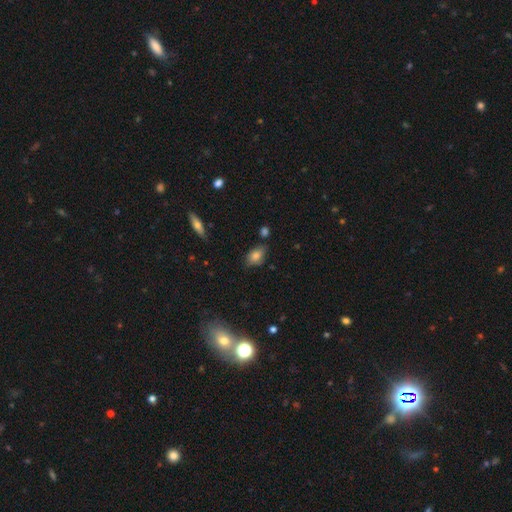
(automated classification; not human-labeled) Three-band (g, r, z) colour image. It shows a smooth galaxy with no disk features (80%) that is in between round and cigar-shaped (85%). Merging: none (68%).